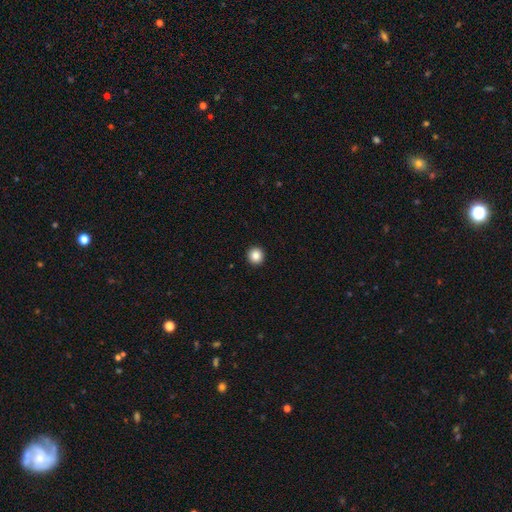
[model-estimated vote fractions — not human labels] smooth-or-featured: smooth: 86% | star or artifact: 10% | featured or disk: 4%
  how-rounded: round: 95% | in between: 4% | cigar-shaped: 1%
  merging: none: 94% | minor disturbance: 4% | major disturbance: 1% | merger: 1%